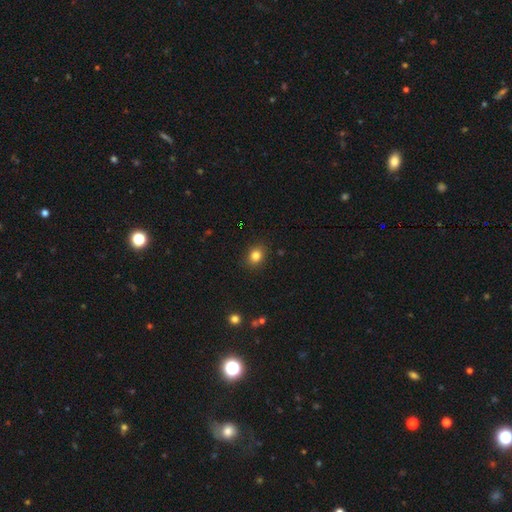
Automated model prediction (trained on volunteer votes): Morphology: type=smooth (83%); roundness=round (59%); merging=none (89%).